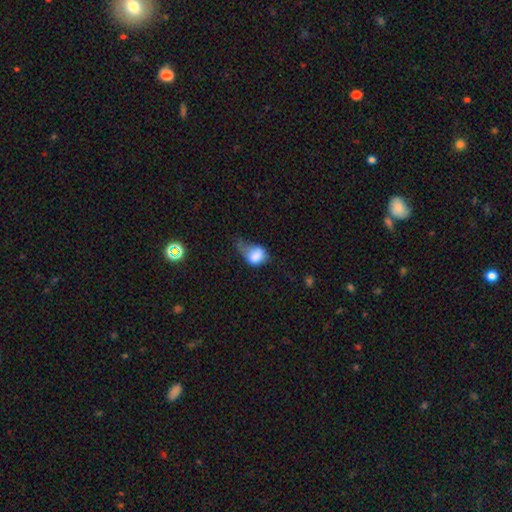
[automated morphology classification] smooth-or-featured: smooth: 78% | featured or disk: 13% | star or artifact: 9%
  how-rounded: in between: 63% | round: 36% | cigar-shaped: 2%
  merging: major disturbance: 43% | minor disturbance: 35% | none: 16% | merger: 6%